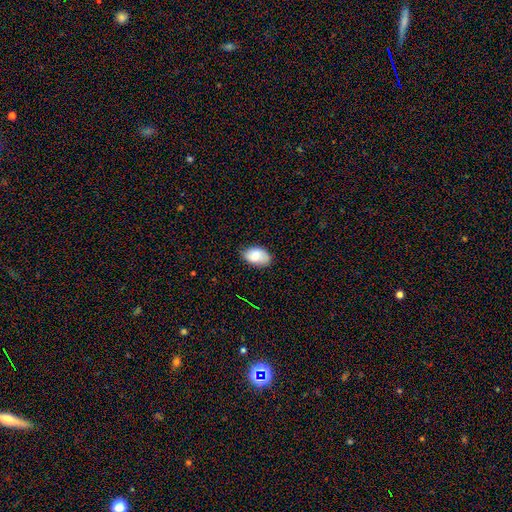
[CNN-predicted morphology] Smooth or featured?
  - smooth: 77% *
  - featured or disk: 16%
  - star or artifact: 7%
How rounded?
  - in between: 92% *
  - round: 7%
  - cigar-shaped: 1%
Merging?
  - none: 72% *
  - minor disturbance: 23%
  - major disturbance: 4%
  - merger: 1%